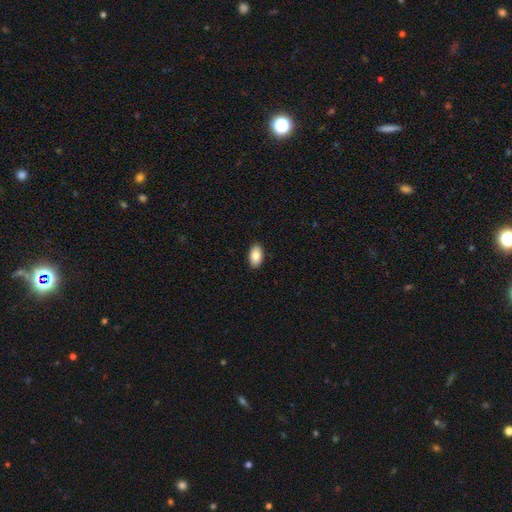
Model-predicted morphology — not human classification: This is clearly a smooth galaxy (88%). How rounded: clearly in between (94%). Merging: clearly none (90%).